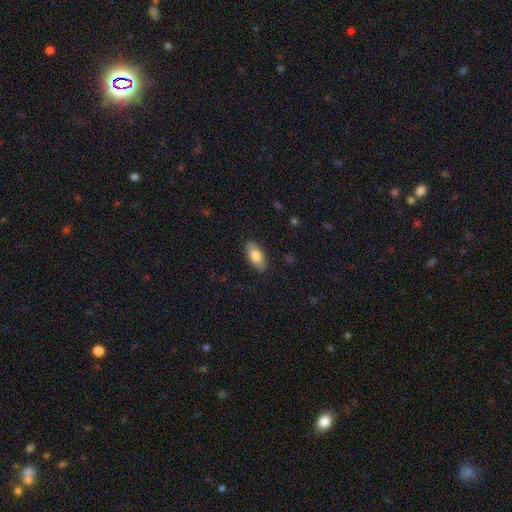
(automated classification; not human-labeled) Overall: smooth (80%). How rounded: in between (89%). Merging: none (88%).